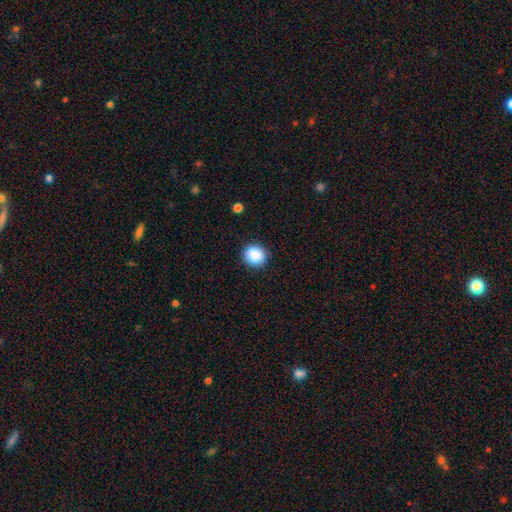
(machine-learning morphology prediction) Smooth or featured? Predicted: smooth (p=0.88). How rounded? Predicted: round (p=0.85). Merging? Predicted: none (p=0.88).